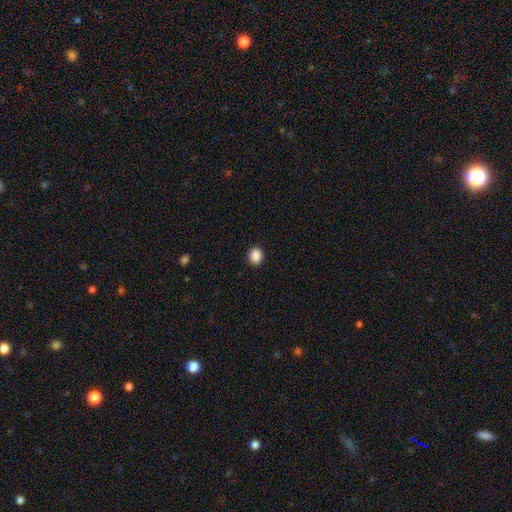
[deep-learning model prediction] smooth_or_featured: smooth (p=0.88) [alt: star or artifact p=0.09]
how_rounded: round (p=0.78) [alt: in between p=0.21]
merging: none (p=0.91) [alt: minor disturbance p=0.06]